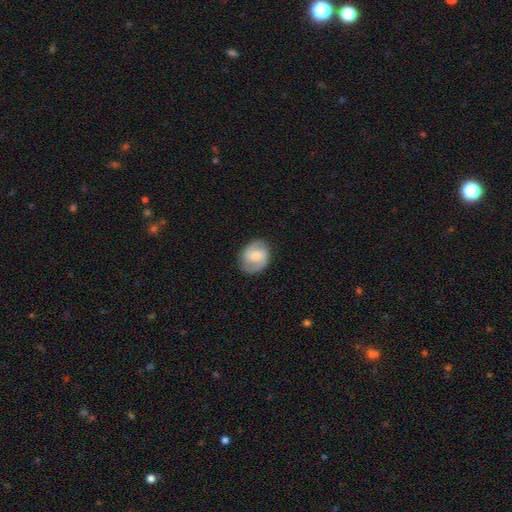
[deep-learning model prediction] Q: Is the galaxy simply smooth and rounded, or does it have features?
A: featured or disk — 60%.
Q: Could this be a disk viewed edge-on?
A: no — 97%.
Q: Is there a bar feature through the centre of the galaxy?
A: weak — 44%.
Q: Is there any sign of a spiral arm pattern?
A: yes — 88%.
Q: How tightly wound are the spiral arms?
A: medium — 48%.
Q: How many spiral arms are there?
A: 2 — 87%.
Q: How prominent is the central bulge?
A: moderate — 48%.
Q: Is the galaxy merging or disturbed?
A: none — 83%.